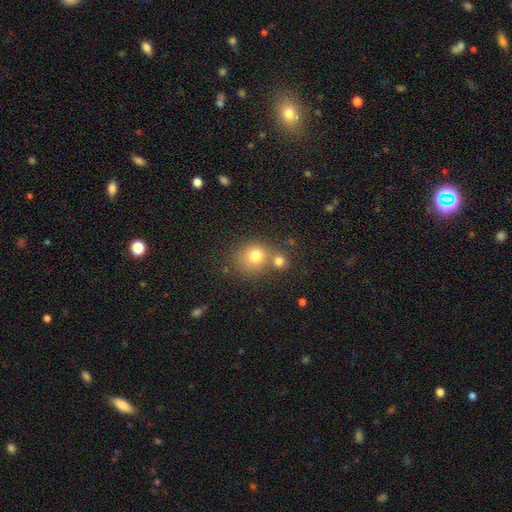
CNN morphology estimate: smooth-or-featured: smooth: 76% | star or artifact: 14% | featured or disk: 10%
  how-rounded: round: 82% | in between: 17% | cigar-shaped: 1%
  merging: none: 55% | merger: 30% | minor disturbance: 10% | major disturbance: 4%